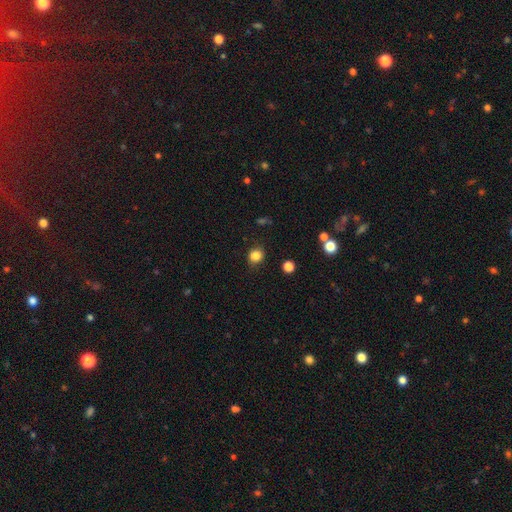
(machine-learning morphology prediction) A smooth galaxy with no disk features (83%) that is round (81%). Merging: none (83%).